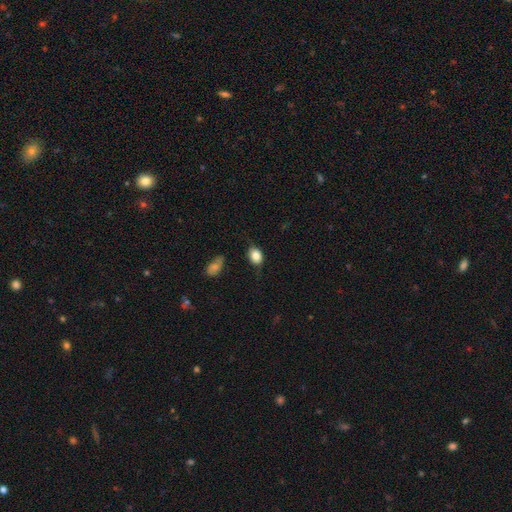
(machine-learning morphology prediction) The model was most divided on "how rounded": in between: 69%, round: 30%, cigar-shaped: 1%. More confident: smooth or featured — smooth (83%); merging — none (66%).